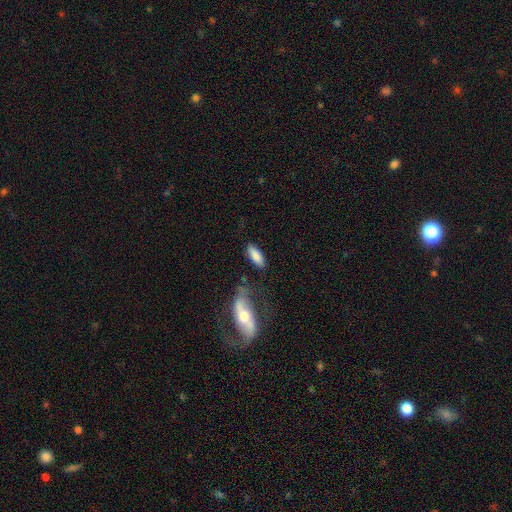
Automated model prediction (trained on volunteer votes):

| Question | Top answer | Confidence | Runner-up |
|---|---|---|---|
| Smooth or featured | smooth | 83% | featured or disk (11%) |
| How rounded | in between | 75% | cigar-shaped (23%) |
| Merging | none | 73% | minor disturbance (15%) |